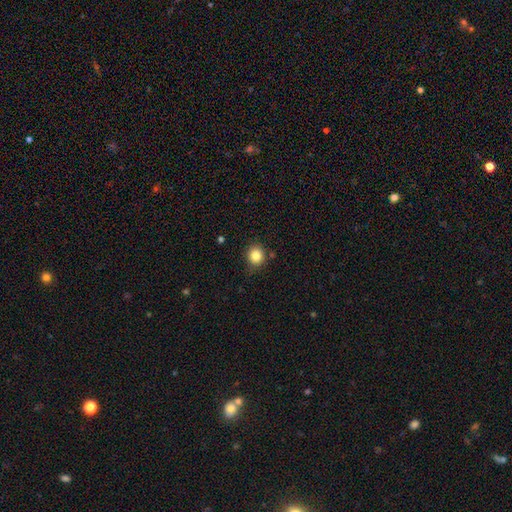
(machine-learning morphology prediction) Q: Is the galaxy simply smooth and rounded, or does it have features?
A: smooth — 84%.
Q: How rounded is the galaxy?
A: round — 82%.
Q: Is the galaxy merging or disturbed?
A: none — 82%.